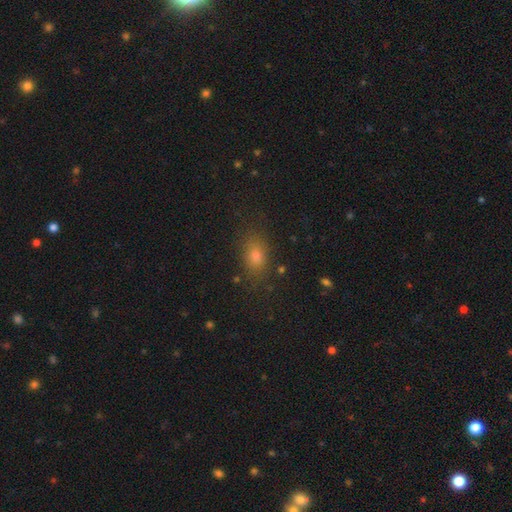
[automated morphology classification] Overall: smooth (68%). How rounded: in between (66%; round 29%). Merging: none (82%).